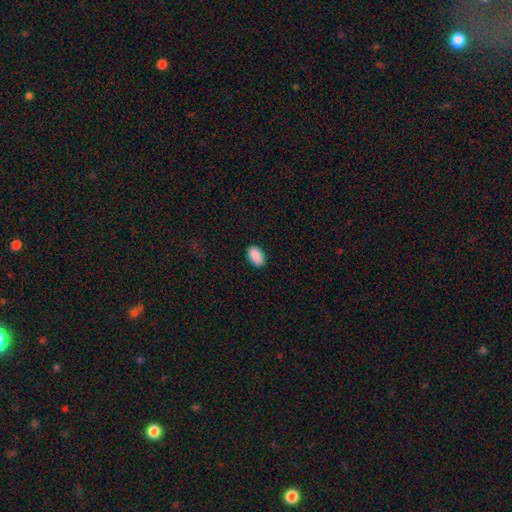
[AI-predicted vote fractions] This is clearly a smooth galaxy (91%). How rounded: clearly in between (94%). Merging: clearly none (89%).